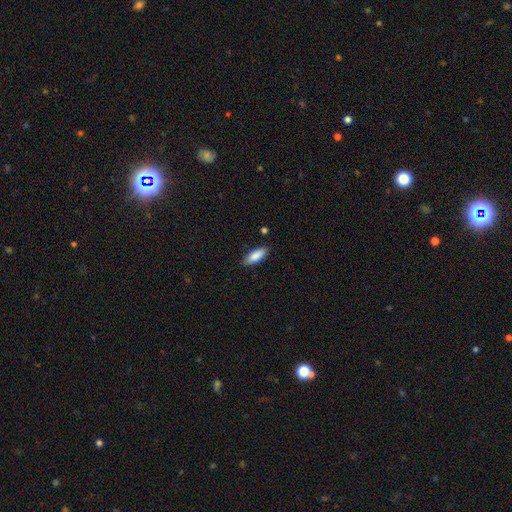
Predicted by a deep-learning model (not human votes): Overall: smooth (86%). How rounded: in between (70%). Merging: none (86%).